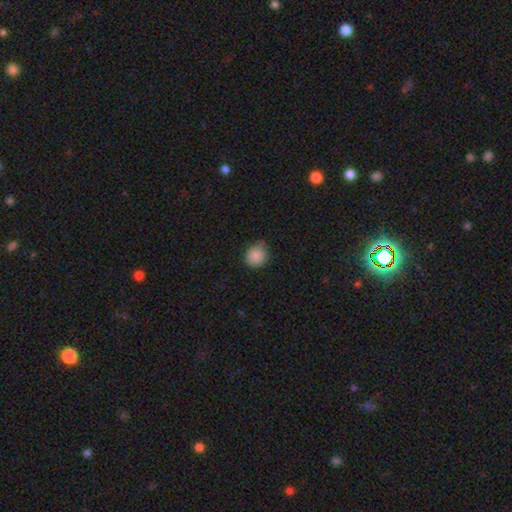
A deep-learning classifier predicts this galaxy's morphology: smooth_or_featured: smooth (p=0.85) [alt: star or artifact p=0.10]
how_rounded: round (p=0.81) [alt: in between p=0.18]
merging: none (p=0.66) [alt: minor disturbance p=0.28]